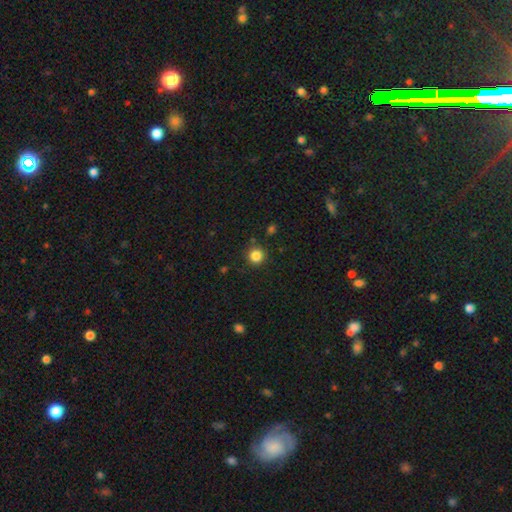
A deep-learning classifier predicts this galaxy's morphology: A smooth galaxy with no disk features (84%) that is round (94%).

Vote fractions:
- Smooth or featured? smooth: 84% / star or artifact: 12% / featured or disk: 4%
- How rounded? round: 94% / in between: 5% / cigar-shaped: 1%
- Merging? none: 88% / minor disturbance: 7% / merger: 2% / major disturbance: 2%